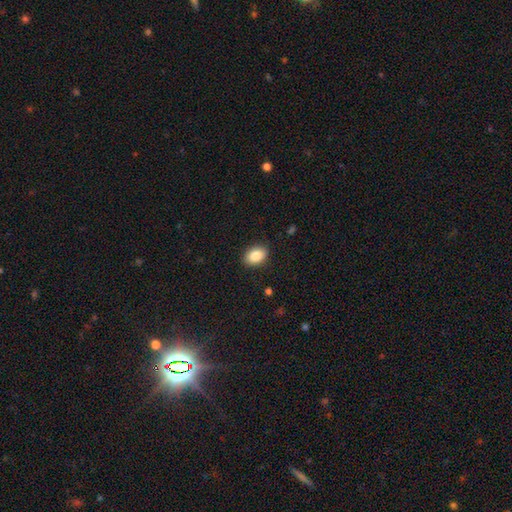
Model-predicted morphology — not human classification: smooth_or_featured: smooth (p=0.87) [alt: star or artifact p=0.08]
how_rounded: in between (p=0.81) [alt: round p=0.18]
merging: none (p=0.89) [alt: minor disturbance p=0.08]